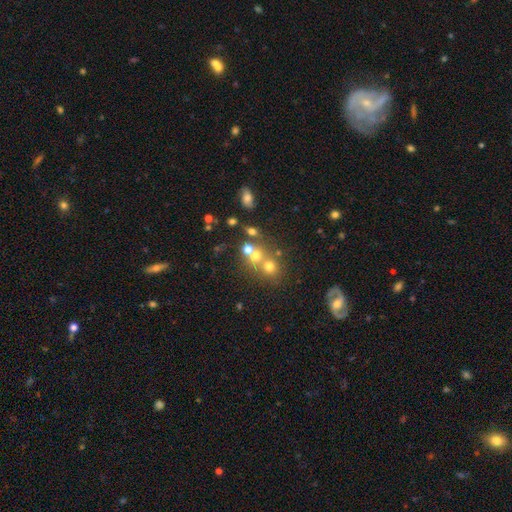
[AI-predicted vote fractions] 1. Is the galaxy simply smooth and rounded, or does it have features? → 60% smooth, 22% star or artifact, 19% featured or disk.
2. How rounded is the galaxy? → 78% round, 21% in between, 1% cigar-shaped.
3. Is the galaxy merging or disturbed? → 44% merger, 43% none, 8% minor disturbance, 5% major disturbance.